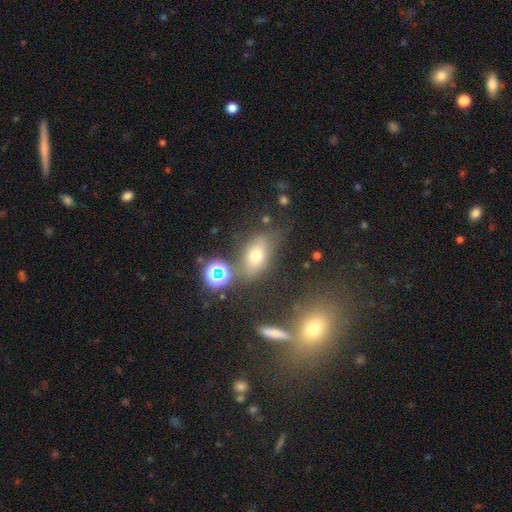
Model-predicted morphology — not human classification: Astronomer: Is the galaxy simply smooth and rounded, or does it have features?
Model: smooth — 63%.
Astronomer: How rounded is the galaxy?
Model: in between — 76%.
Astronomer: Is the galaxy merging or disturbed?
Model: none — 67%.